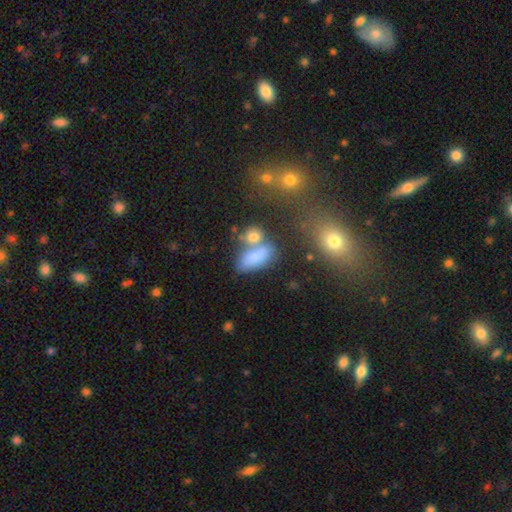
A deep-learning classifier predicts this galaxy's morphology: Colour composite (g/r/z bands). It shows a smooth galaxy with no disk features (78%) that is in between round and cigar-shaped (79%). Merging: none (45%).